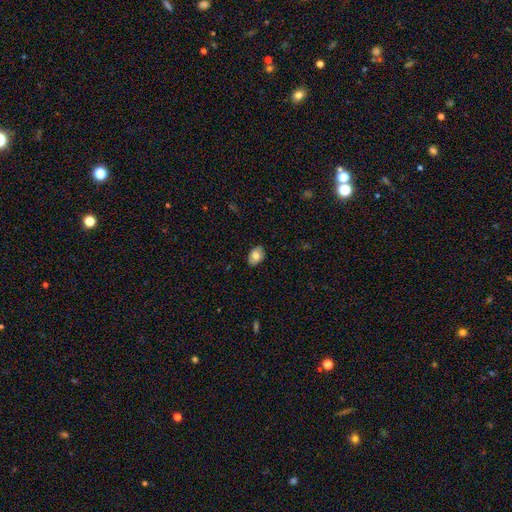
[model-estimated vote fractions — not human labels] The model was most divided on "smooth or featured": smooth: 77%, featured or disk: 16%, star or artifact: 7%. More confident: how rounded — in between (86%); merging — none (85%).